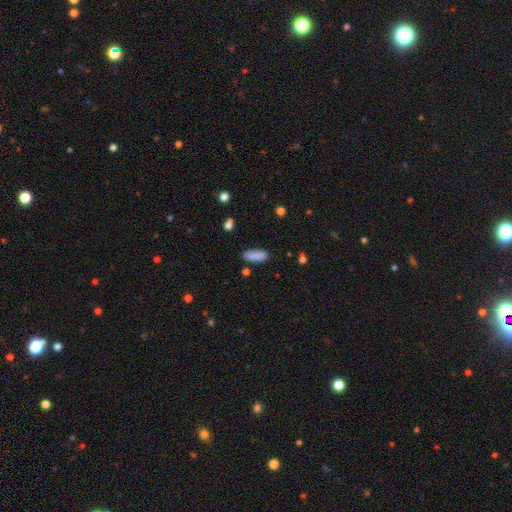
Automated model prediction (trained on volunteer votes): smooth 86%, star or artifact 7%, featured or disk 6%. Down the decision tree: how rounded — in between (66%); merging — none (82%).